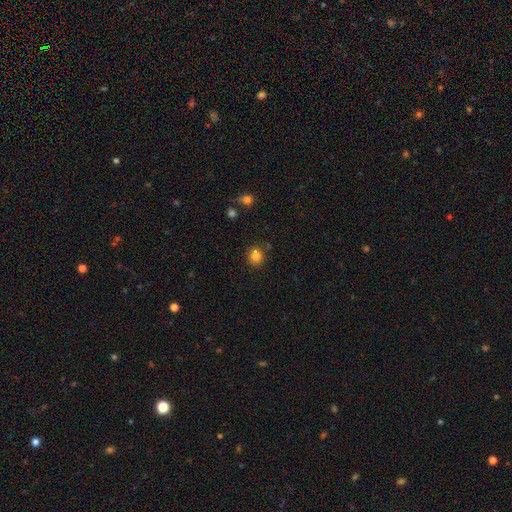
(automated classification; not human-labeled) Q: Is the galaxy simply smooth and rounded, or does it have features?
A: smooth — 82%.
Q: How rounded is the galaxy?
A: round — 83%.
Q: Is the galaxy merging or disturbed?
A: none — 84%.